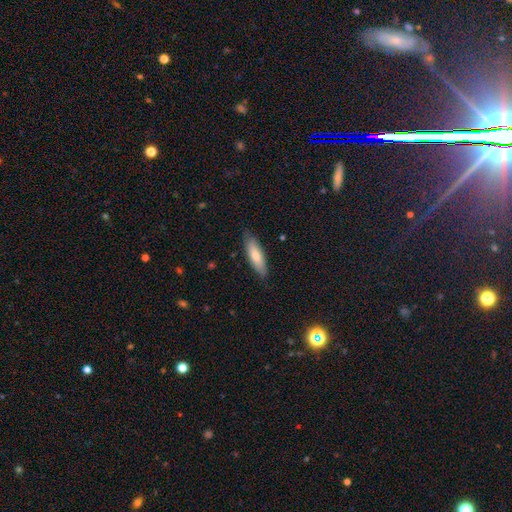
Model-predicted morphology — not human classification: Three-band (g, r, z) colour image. It shows a smooth galaxy with no disk features (75%) that is cigar-shaped (51%). Merging: none (81%).